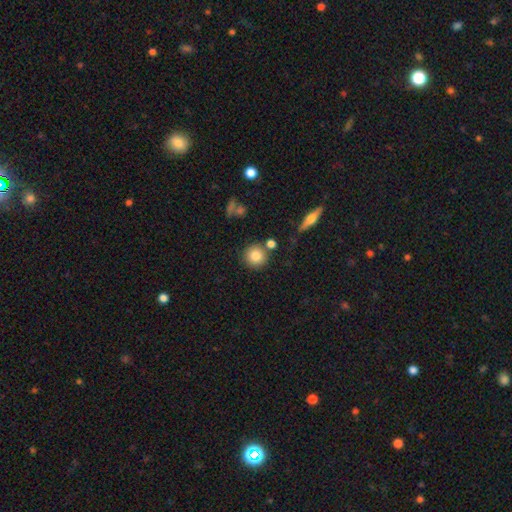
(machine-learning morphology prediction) The model was most divided on "merging": none: 78%, merger: 10%, minor disturbance: 9%, major disturbance: 3%. More confident: how rounded — round (92%); smooth or featured — smooth (81%).